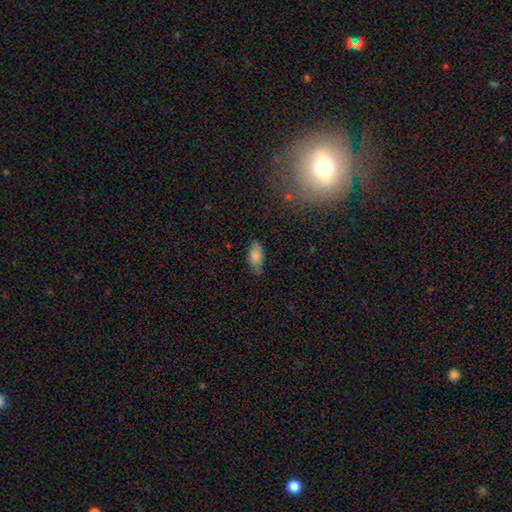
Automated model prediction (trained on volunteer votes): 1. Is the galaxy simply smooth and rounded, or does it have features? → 79% smooth, 13% featured or disk, 8% star or artifact.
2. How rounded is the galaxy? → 90% in between, 7% cigar-shaped, 3% round.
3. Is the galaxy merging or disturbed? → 73% none, 22% minor disturbance, 4% major disturbance, 1% merger.